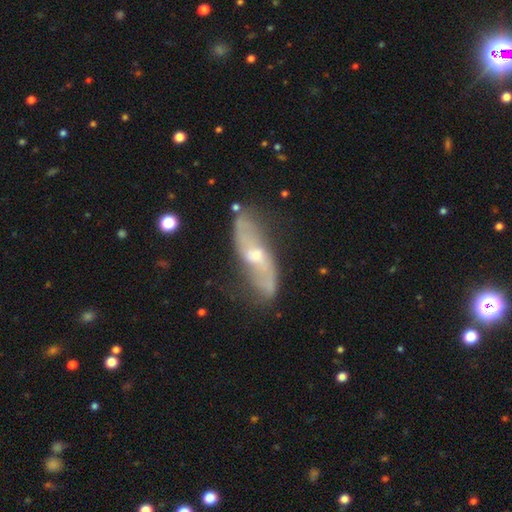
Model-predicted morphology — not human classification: Smooth or featured: featured or disk — 75% (smooth — 18%)
Edge-on disk: no — 81% (yes — 19%)
Bar: no — 45% (weak — 41%)
Spiral arms: yes — 83% (no — 17%)
Spiral winding: loose — 64% (medium — 25%)
Spiral arm count: 2 — 84% (can't tell — 10%)
Bulge size: small — 47% (tied with moderate — 47%)
Merging: none — 67% (minor disturbance — 21%)